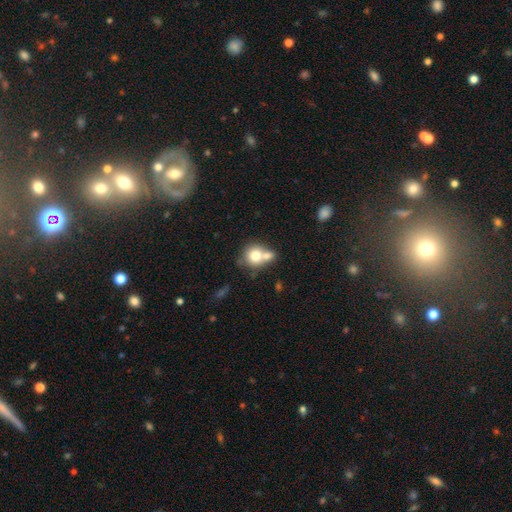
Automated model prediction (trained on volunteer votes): Smooth or featured? Predicted: smooth (p=0.74). How rounded? Predicted: round (p=0.77). Merging? Predicted: merger (p=0.54).